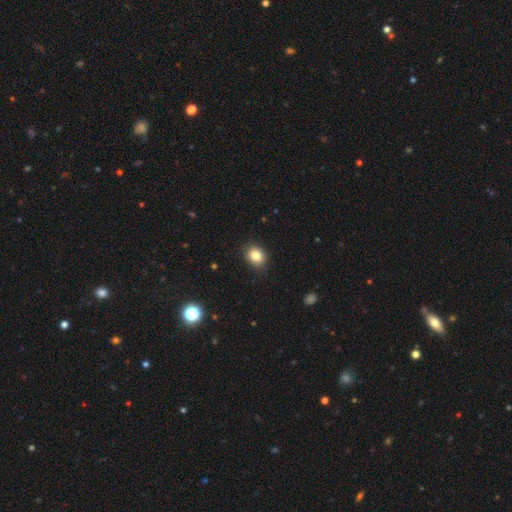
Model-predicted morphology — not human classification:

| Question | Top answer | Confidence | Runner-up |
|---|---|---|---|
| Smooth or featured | smooth | 83% | star or artifact (10%) |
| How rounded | in between | 53% | round (46%) |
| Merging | none | 85% | minor disturbance (11%) |